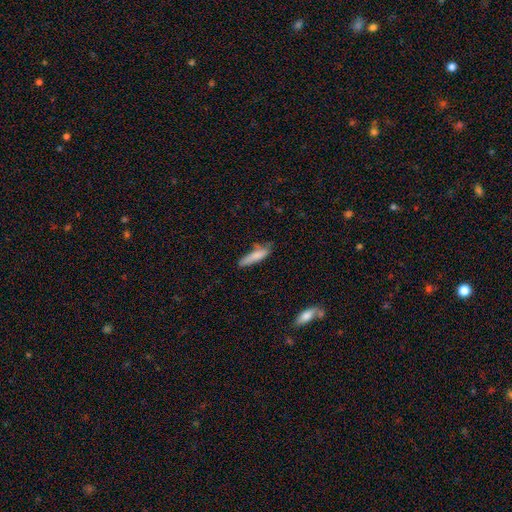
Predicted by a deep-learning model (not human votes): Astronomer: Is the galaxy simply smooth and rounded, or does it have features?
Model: smooth — 80%.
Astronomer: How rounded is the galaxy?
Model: cigar-shaped — 75%.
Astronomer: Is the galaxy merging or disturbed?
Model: none — 59%.